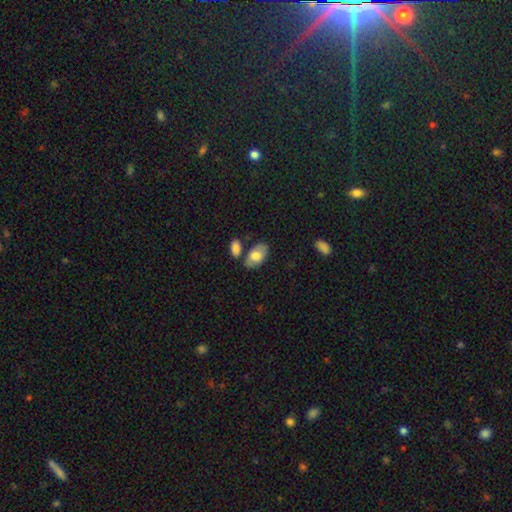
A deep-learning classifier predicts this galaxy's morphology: Overall: smooth (71%). How rounded: in between (94%). Merging: none (70%).